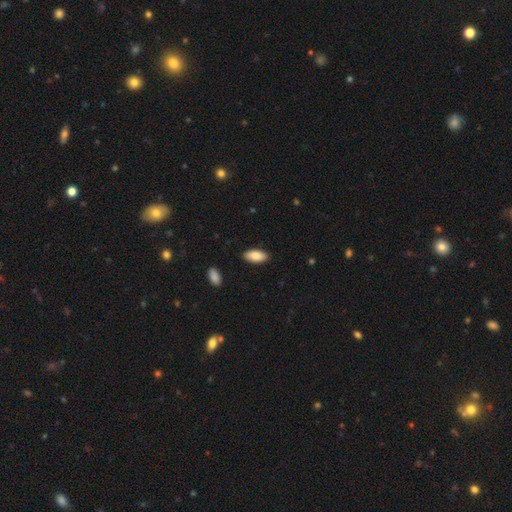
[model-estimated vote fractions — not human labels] Smooth or featured? Predicted: smooth (p=0.86). How rounded? Predicted: in between (p=0.92). Merging? Predicted: none (p=0.88).